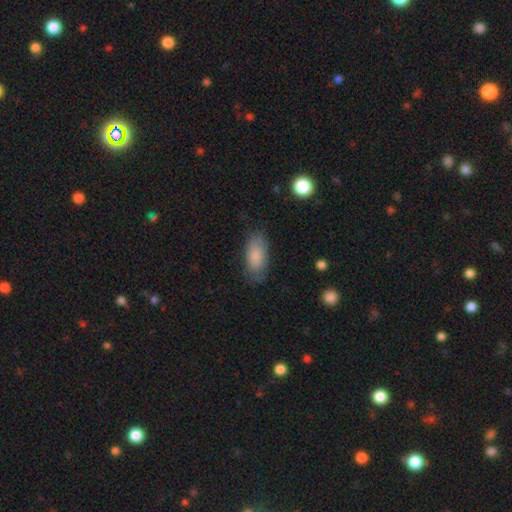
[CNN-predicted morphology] smooth-or-featured: smooth: 82% | featured or disk: 11% | star or artifact: 6%
  how-rounded: in between: 89% | cigar-shaped: 8% | round: 3%
  merging: none: 74% | minor disturbance: 19% | major disturbance: 5% | merger: 1%